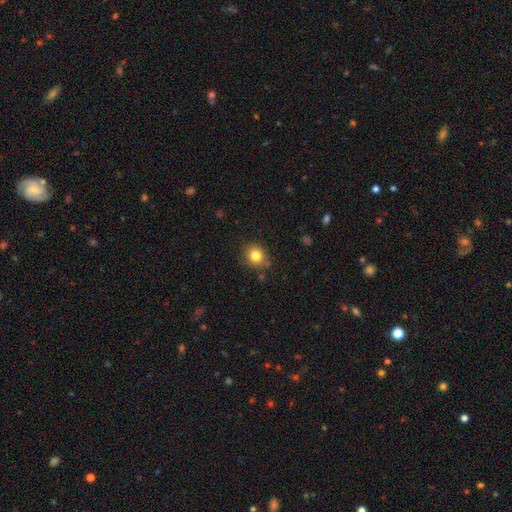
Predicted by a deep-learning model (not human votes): This is clearly a smooth galaxy (81%). How rounded: likely round (78%). Merging: clearly none (83%).